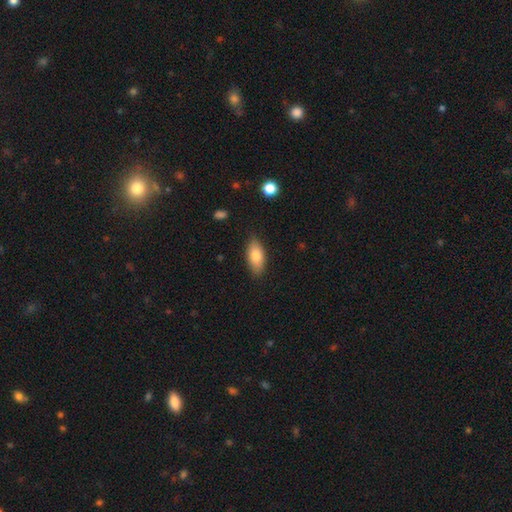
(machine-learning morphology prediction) This appears to be a smooth galaxy with no disk features (81%) that is in between round and cigar-shaped (86%). Merging: none (85%).